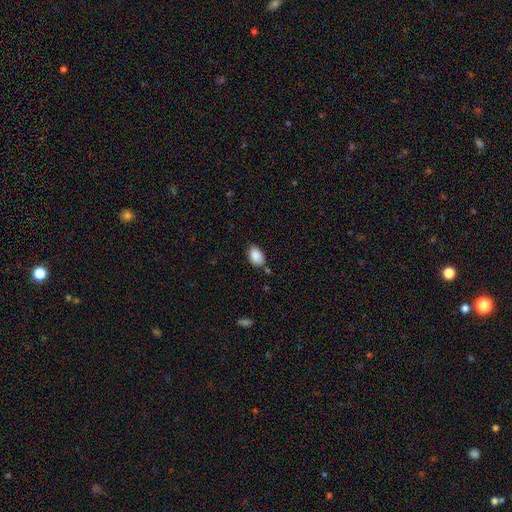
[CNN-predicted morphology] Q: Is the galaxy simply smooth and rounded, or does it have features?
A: smooth — 89%.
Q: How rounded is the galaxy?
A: in between — 88%.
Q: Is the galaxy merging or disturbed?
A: none — 72%.